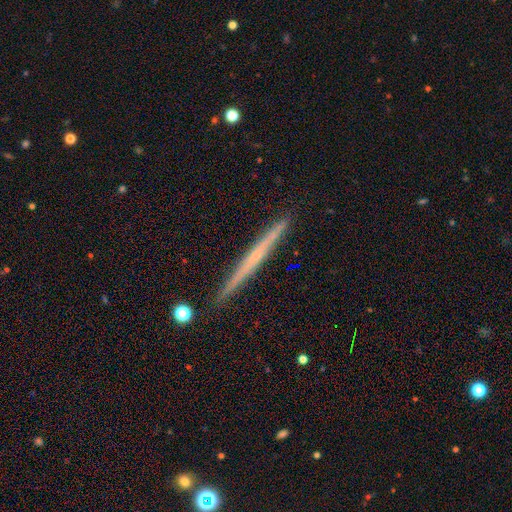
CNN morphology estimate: smooth-or-featured: featured or disk: 61% | smooth: 32% | star or artifact: 7%
  disk-edge-on: yes: 98% | no: 2%
    edge-on-bulge: none: 76% | rounded: 20% | boxy: 4%
  merging: none: 91% | minor disturbance: 6% | merger: 1% | major disturbance: 1%